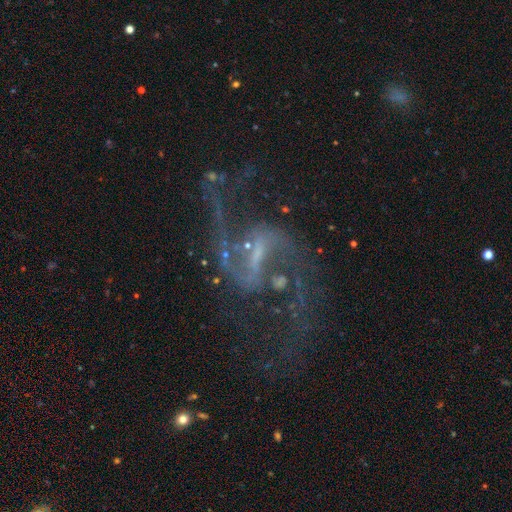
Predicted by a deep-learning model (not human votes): Smooth or featured: featured or disk — 90% (star or artifact — 7%)
Edge-on disk: no — 98% (yes — 2%)
Bar: weak — 50% (strong — 36%)
Spiral arms: yes — 96% (no — 4%)
Spiral winding: loose — 62% (medium — 32%)
Spiral arm count: 2 — 93% (can't tell — 2%)
Bulge size: small — 48% (none — 36%)
Merging: none — 66% (major disturbance — 16%)